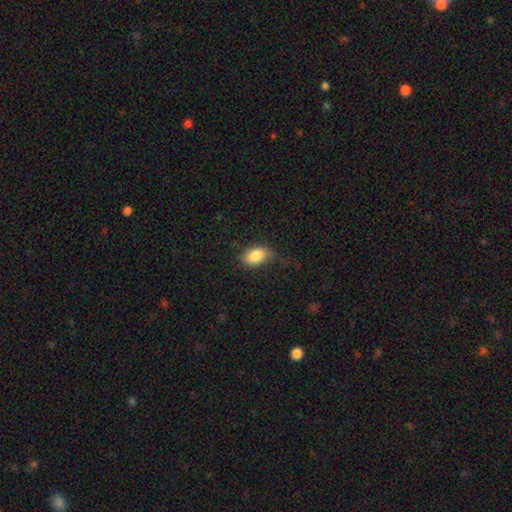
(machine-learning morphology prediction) Q: Smooth or featured?
A: smooth (85%); runner-up: star or artifact (8%)
Q: How rounded?
A: in between (88%); runner-up: round (11%)
Q: Merging?
A: none (60%); runner-up: minor disturbance (29%)